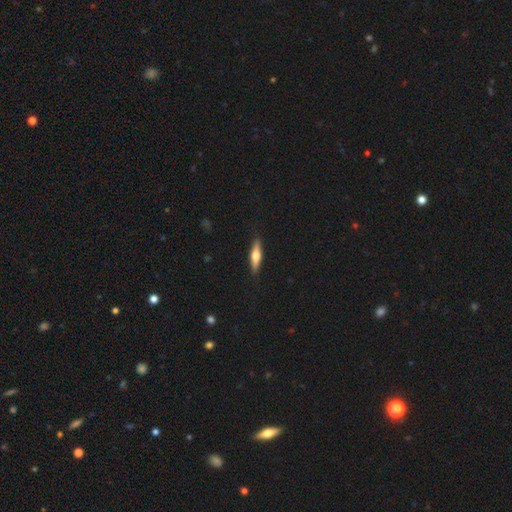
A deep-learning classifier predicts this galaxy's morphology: A smooth galaxy with no disk features (52%) that is cigar-shaped (74%).

Vote fractions:
- Smooth or featured? smooth: 52% / featured or disk: 43% / star or artifact: 6%
- How rounded? cigar-shaped: 74% / in between: 24% / round: 2%
- Merging? none: 89% / minor disturbance: 9% / major disturbance: 2% / merger: 1%